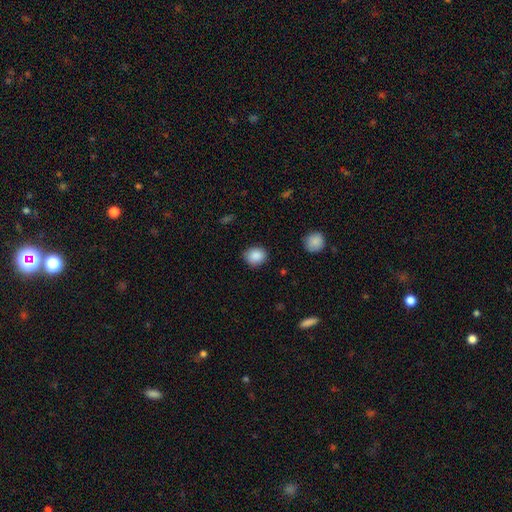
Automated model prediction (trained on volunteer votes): The model was most divided on "how rounded": round: 68%, in between: 31%, cigar-shaped: 1%. More confident: smooth or featured — smooth (88%); merging — none (84%).